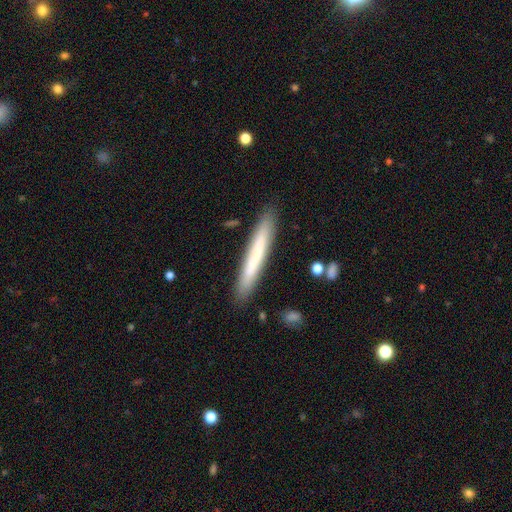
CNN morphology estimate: Smooth or featured? Predicted: smooth (p=0.67). How rounded? Predicted: cigar-shaped (p=0.96). Merging? Predicted: none (p=0.88).